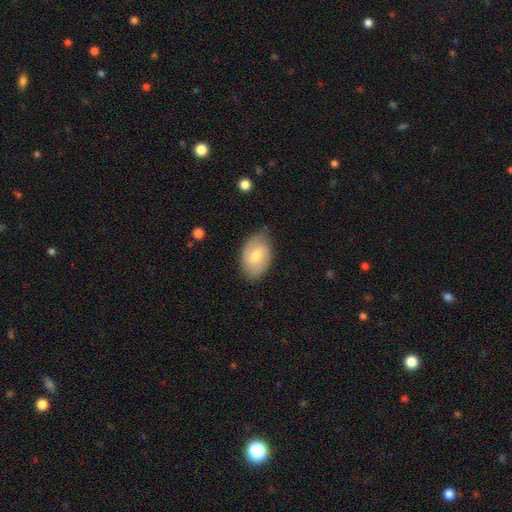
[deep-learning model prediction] Smooth or featured: smooth — 55% (featured or disk — 39%)
How rounded: in between — 88% (round — 11%)
Merging: none — 73% (minor disturbance — 21%)